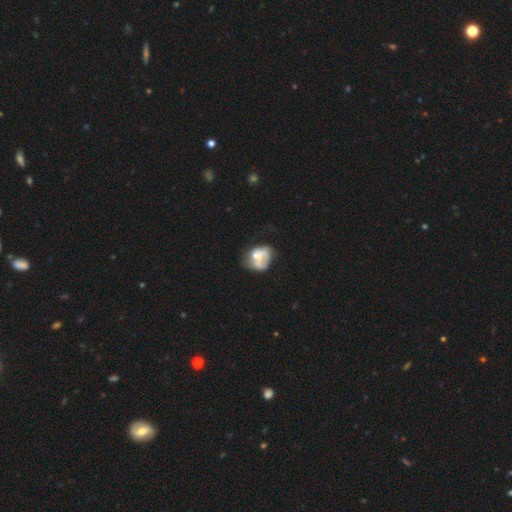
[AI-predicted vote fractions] Smooth or featured?
  - featured or disk: 48% *
  - smooth: 44%
  - star or artifact: 9%
Merging?
  - none: 29% *
  - merger: 25%
  - major disturbance: 24%
  - minor disturbance: 22%